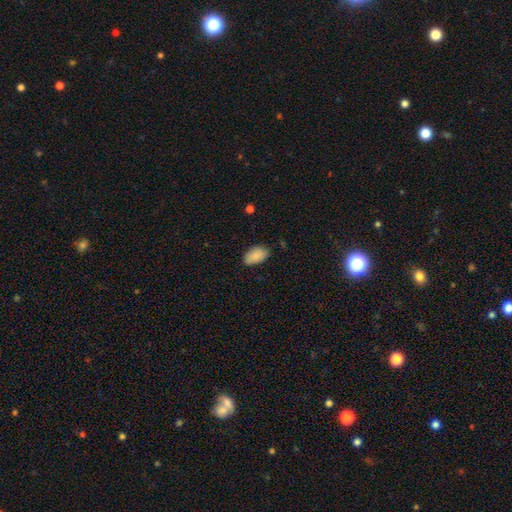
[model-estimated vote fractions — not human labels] A smooth galaxy with no disk features (88%) that is in between round and cigar-shaped (94%). Merging: none (78%).